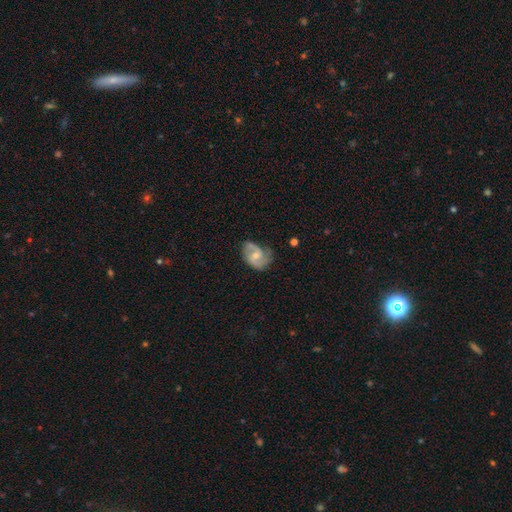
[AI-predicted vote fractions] A featured or disk galaxy (78%) with no bar (50%), 2 (80%) medium (51%) spiral arms (94%) and a moderate central bulge (50%). Merging: none (56%).